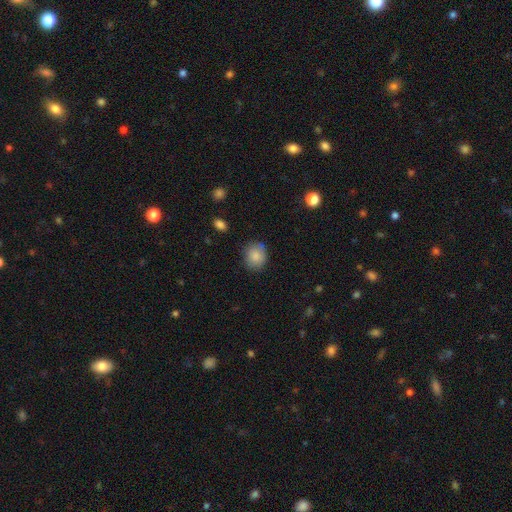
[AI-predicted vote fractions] Smooth or featured: smooth — 85% (star or artifact — 8%)
How rounded: round — 70% (in between — 29%)
Merging: none — 80% (minor disturbance — 15%)